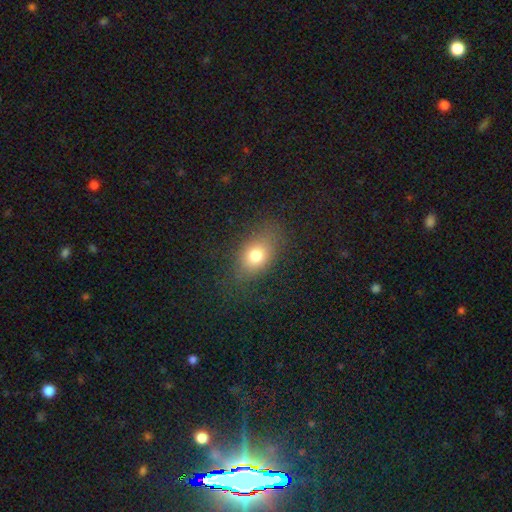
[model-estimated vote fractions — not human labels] This is likely a smooth galaxy (76%). How rounded: likely in between (74%). Merging: likely none (76%).